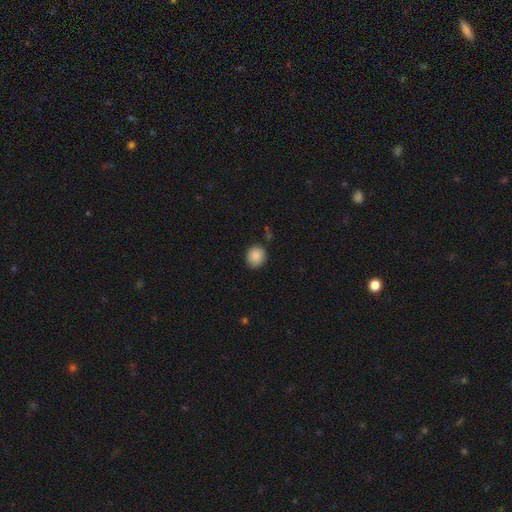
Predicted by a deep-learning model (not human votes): Morphology: type=smooth (88%); roundness=round (84%); merging=none (87%).